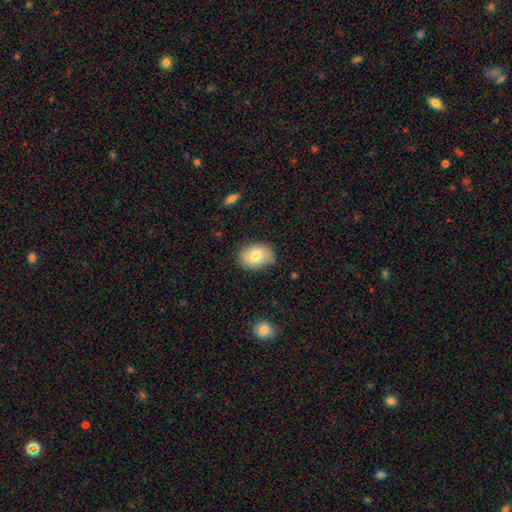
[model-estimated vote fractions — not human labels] smooth 77%, featured or disk 15%, star or artifact 8%. Down the decision tree: how rounded — in between (78%); merging — none (81%).